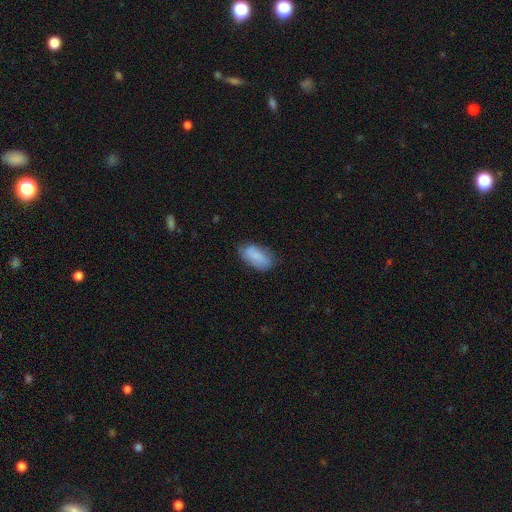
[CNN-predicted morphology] The model was most divided on "merging": none: 69%, minor disturbance: 24%, major disturbance: 5%, merger: 1%. More confident: how rounded — in between (92%); smooth or featured — smooth (84%).